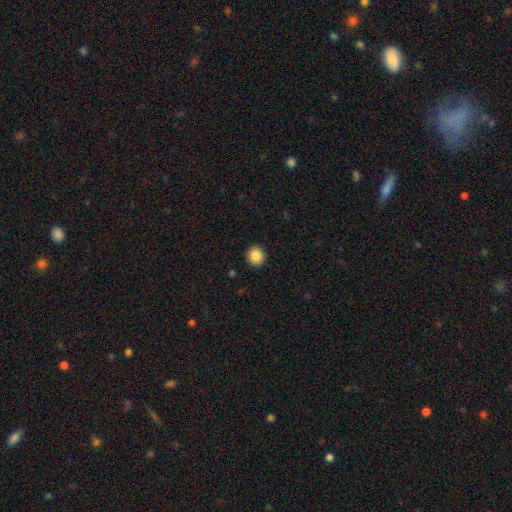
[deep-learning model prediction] The model was most divided on "smooth or featured": smooth: 86%, star or artifact: 9%, featured or disk: 5%. More confident: merging — none (93%); how rounded — round (90%).